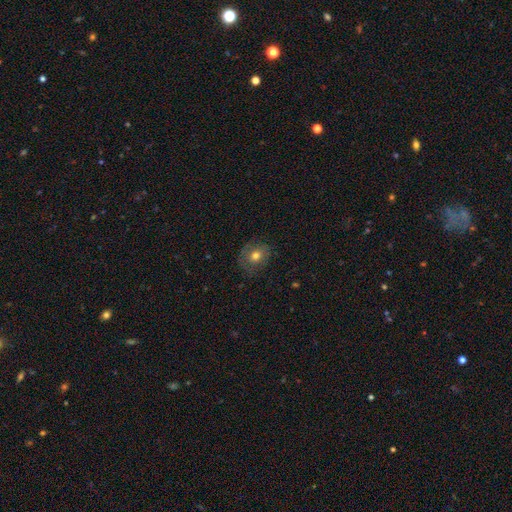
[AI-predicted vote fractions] Smooth or featured?
  - smooth: 62% *
  - featured or disk: 28%
  - star or artifact: 11%
How rounded?
  - round: 60% *
  - in between: 39%
  - cigar-shaped: 1%
Merging?
  - none: 73% *
  - minor disturbance: 18%
  - major disturbance: 7%
  - merger: 1%